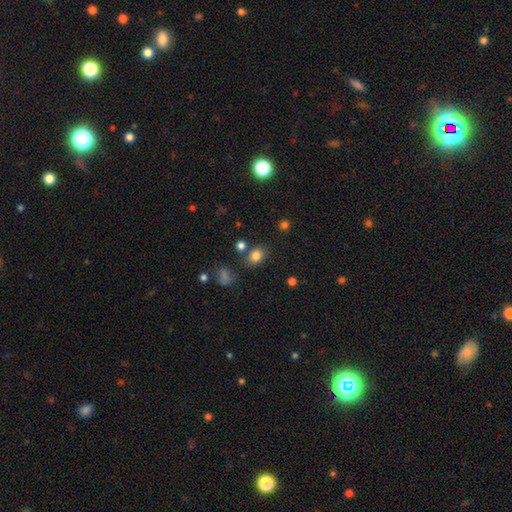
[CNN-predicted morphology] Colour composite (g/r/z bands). It shows a smooth galaxy with no disk features (81%) that is in between round and cigar-shaped (56%). Merging: none (74%).